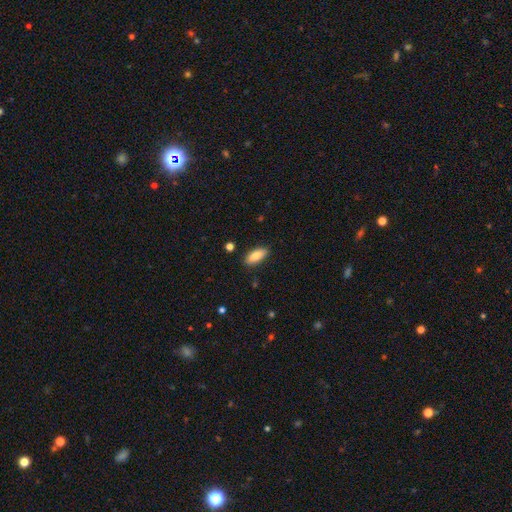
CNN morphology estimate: type=smooth (80%); roundness=in between (78%); merging=none (87%).